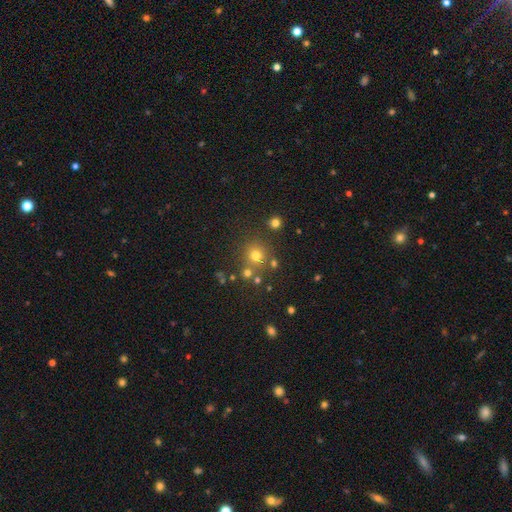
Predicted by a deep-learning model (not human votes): smooth-or-featured: smooth: 71% | star or artifact: 20% | featured or disk: 9%
  how-rounded: round: 91% | in between: 8% | cigar-shaped: 1%
  merging: none: 75% | merger: 11% | minor disturbance: 9% | major disturbance: 4%